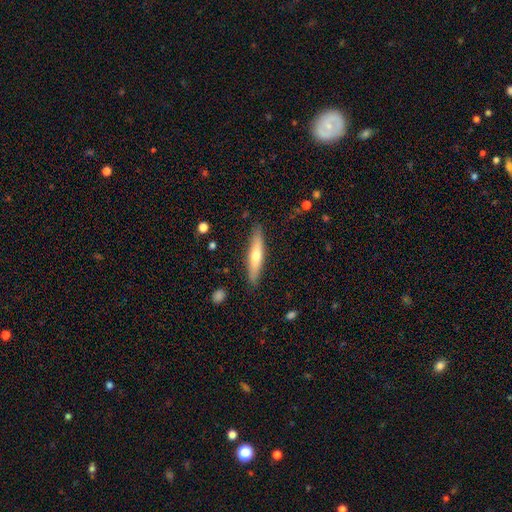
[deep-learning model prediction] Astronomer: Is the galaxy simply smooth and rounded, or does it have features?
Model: smooth — 51% (runner-up: featured or disk, 43%).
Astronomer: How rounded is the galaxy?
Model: cigar-shaped — 85%.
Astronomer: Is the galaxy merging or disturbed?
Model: none — 87%.